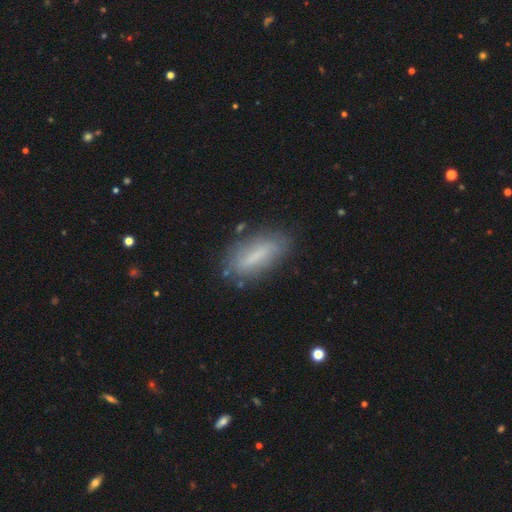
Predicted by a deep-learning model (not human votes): Overall: smooth (64%; featured or disk 28%). How rounded: in between (56%; cigar-shaped 42%). Merging: none (75%).